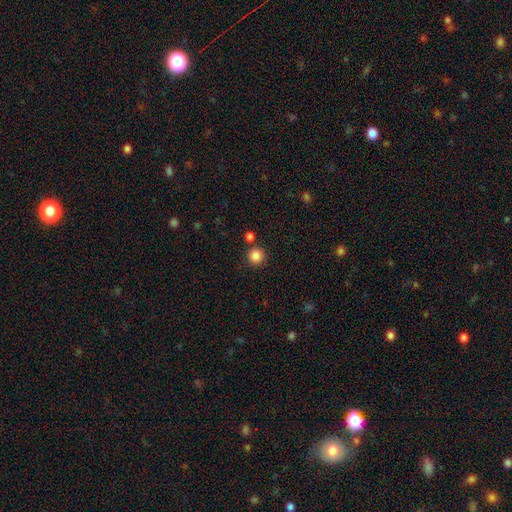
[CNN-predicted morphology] A smooth galaxy with no disk features (86%) that is round (94%). Merging: none (83%).